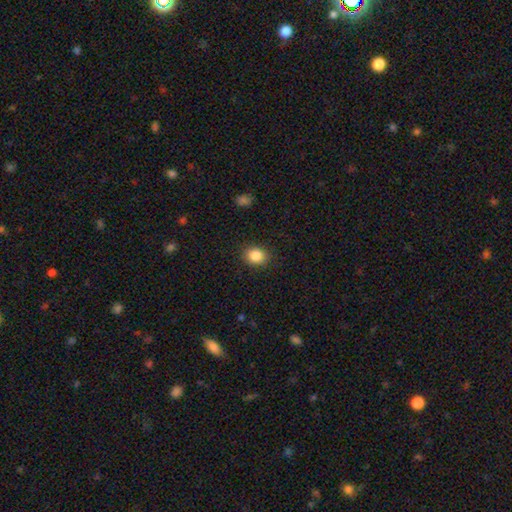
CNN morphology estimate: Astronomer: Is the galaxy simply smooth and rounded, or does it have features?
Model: smooth — 86%.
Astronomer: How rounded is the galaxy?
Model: round — 57% (runner-up: in between, 42%).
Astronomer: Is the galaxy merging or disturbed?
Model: none — 88%.